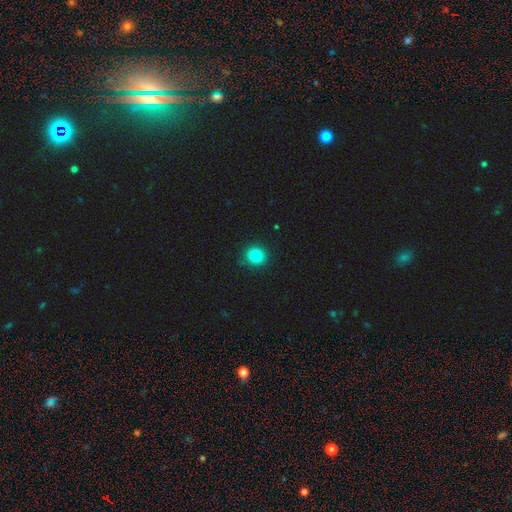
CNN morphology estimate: Overall: smooth (83%). How rounded: round (87%). Merging: none (89%).